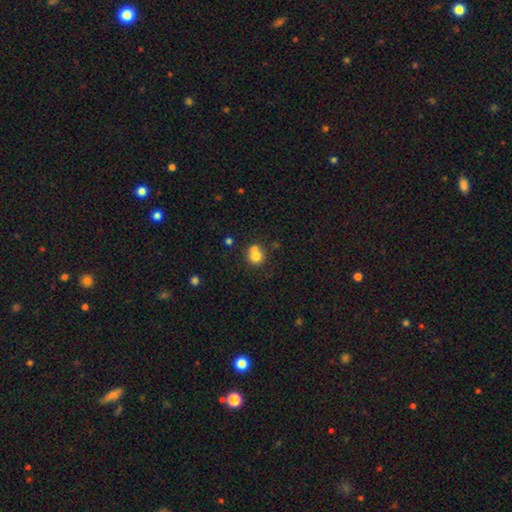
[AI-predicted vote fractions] Q: Smooth or featured?
A: smooth (73%); runner-up: featured or disk (15%)
Q: How rounded?
A: round (86%); runner-up: in between (13%)
Q: Merging?
A: merger (44%); tied with: none (44%)